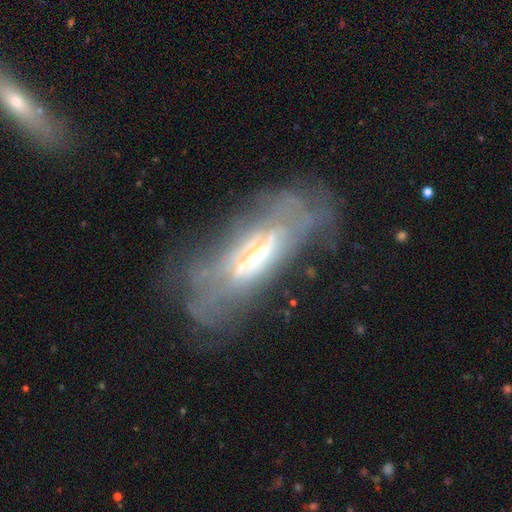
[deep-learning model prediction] Smooth or featured? Predicted: featured or disk (p=0.71). Edge-on disk? Predicted: no (p=0.64). Merging? Predicted: none (p=0.41).